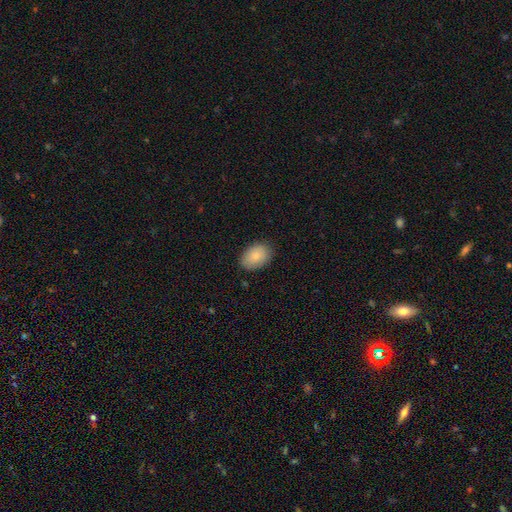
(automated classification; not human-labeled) A smooth galaxy with no disk features (83%) that is in between round and cigar-shaped (84%).

Vote fractions:
- Smooth or featured? smooth: 83% / featured or disk: 10% / star or artifact: 7%
- How rounded? in between: 84% / round: 15% / cigar-shaped: 1%
- Merging? none: 85% / minor disturbance: 12% / major disturbance: 2% / merger: 1%